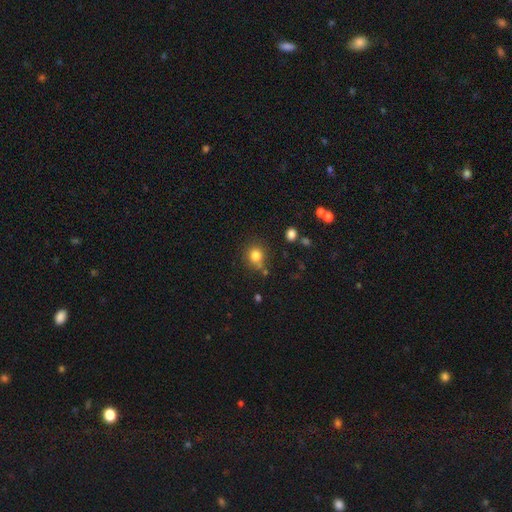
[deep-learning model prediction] Q: Smooth or featured?
A: smooth (81%); runner-up: star or artifact (12%)
Q: How rounded?
A: round (84%); runner-up: in between (15%)
Q: Merging?
A: none (72%); runner-up: minor disturbance (14%)